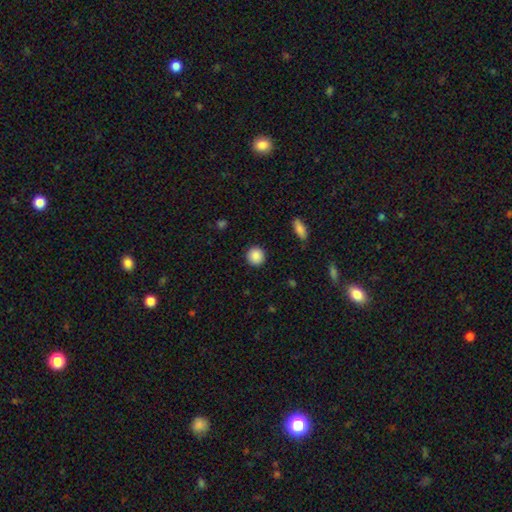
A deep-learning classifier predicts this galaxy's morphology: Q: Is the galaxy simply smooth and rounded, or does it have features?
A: smooth — 88%.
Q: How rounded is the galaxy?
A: round — 93%.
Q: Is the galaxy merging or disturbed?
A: none — 91%.